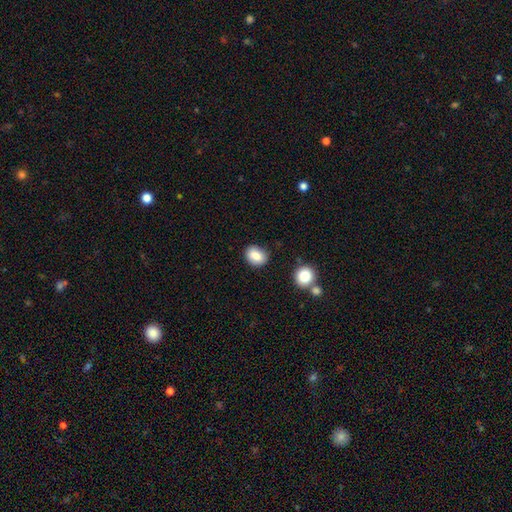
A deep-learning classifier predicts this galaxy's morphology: The model was most divided on "how rounded": in between: 53%, round: 46%, cigar-shaped: 1%. More confident: merging — none (85%); smooth or featured — smooth (84%).